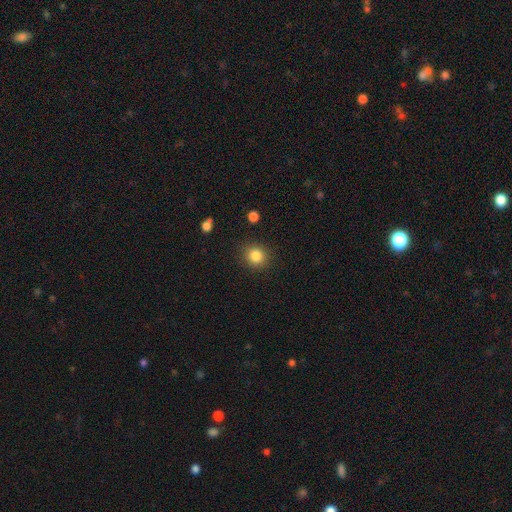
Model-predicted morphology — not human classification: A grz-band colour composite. It shows a smooth galaxy with no disk features (85%) that is round (85%). Merging: none (88%).